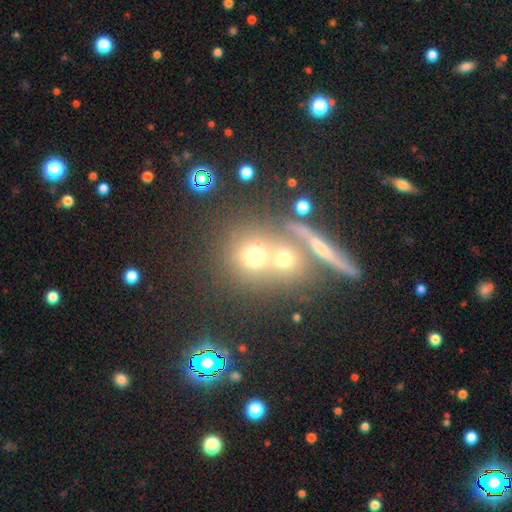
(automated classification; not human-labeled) smooth 47%, star or artifact 27%, featured or disk 26%. Down the decision tree: merging — none (50%).